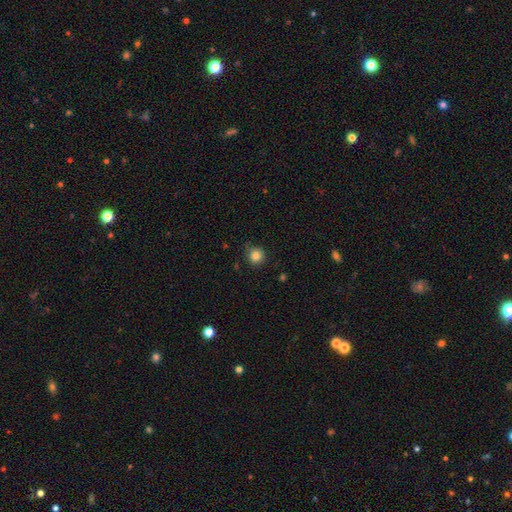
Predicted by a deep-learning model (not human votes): smooth_or_featured: smooth (p=0.83) [alt: star or artifact p=0.11]
how_rounded: round (p=0.92) [alt: in between p=0.07]
merging: none (p=0.83) [alt: minor disturbance p=0.13]